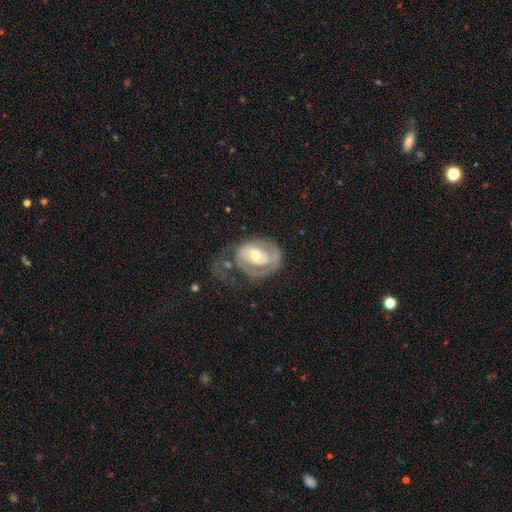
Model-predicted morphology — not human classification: smooth-or-featured: featured or disk: 77% | smooth: 17% | star or artifact: 5%
  disk-edge-on: no: 97% | yes: 3%
    bar: no: 53% | weak: 36% | strong: 11%
    has-spiral-arms: yes: 84% | no: 16%
      spiral-winding: tight: 56% | medium: 31% | loose: 13%
      spiral-arm-count: 2: 41% | 1: 29% | can't tell: 22% | 3: 4% | 4: 2% | more than 4: 2%
    bulge-size: moderate: 58% | small: 34% | large: 6% | none: 1% | dominant: 1%
  merging: none: 37% | major disturbance: 35% | minor disturbance: 23% | merger: 5%